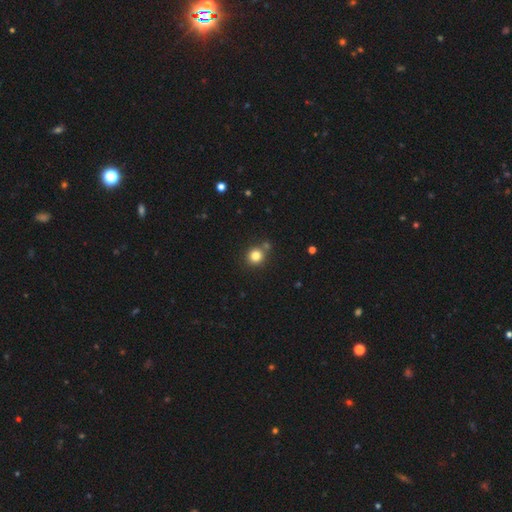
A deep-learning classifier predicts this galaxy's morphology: A smooth galaxy with no disk features (81%) that is round (89%). Merging: none (76%).